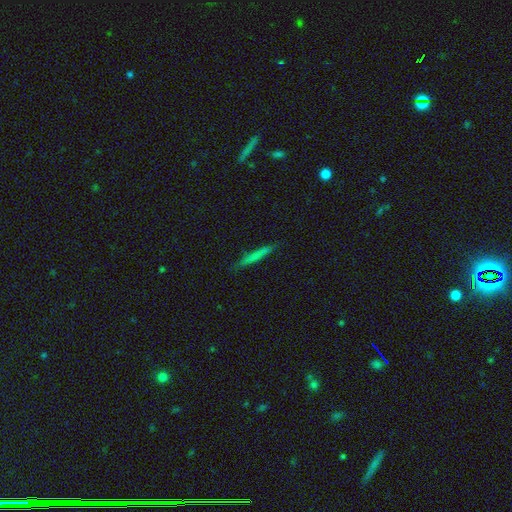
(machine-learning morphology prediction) A smooth galaxy with no disk features (65%) that is cigar-shaped (95%).

Vote fractions:
- Smooth or featured? smooth: 65% / featured or disk: 27% / star or artifact: 8%
- How rounded? cigar-shaped: 95% / in between: 3% / round: 2%
- Merging? none: 88% / minor disturbance: 9% / major disturbance: 2% / merger: 1%